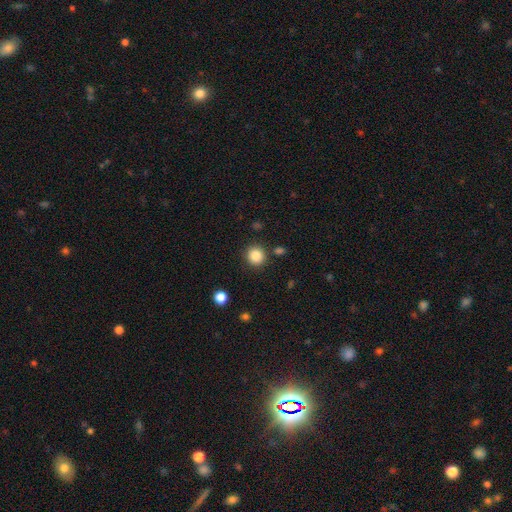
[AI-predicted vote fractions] smooth_or_featured: smooth (p=0.86) [alt: star or artifact p=0.10]
how_rounded: round (p=0.90) [alt: in between p=0.09]
merging: none (p=0.88) [alt: minor disturbance p=0.07]